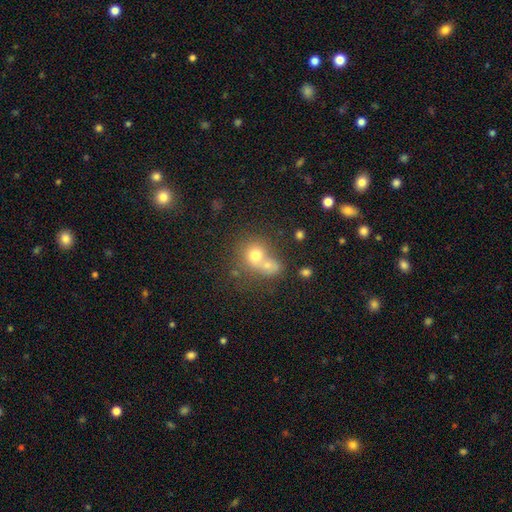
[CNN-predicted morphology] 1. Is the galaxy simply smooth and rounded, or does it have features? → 70% smooth, 17% featured or disk, 12% star or artifact.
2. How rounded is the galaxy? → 74% round, 25% in between, 1% cigar-shaped.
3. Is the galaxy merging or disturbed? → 58% merger, 29% none, 8% minor disturbance, 5% major disturbance.